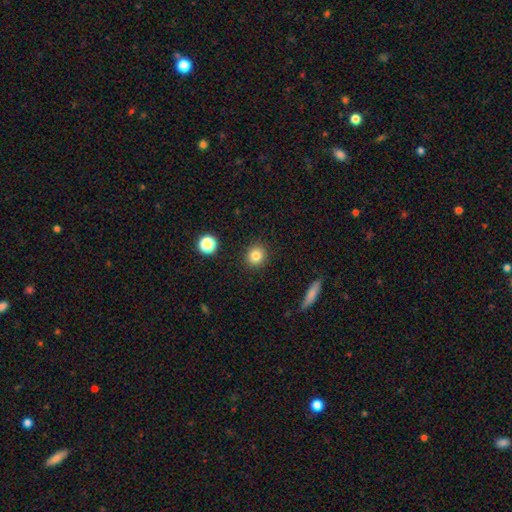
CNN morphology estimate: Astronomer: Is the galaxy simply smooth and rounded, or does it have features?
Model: smooth — 83%.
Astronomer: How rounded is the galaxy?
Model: round — 88%.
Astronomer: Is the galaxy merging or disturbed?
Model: none — 91%.